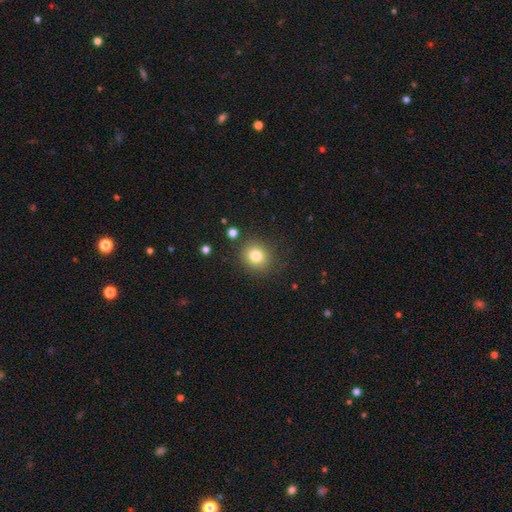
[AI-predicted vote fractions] smooth 80%, star or artifact 12%, featured or disk 8%. Down the decision tree: how rounded — round (85%); merging — none (86%).